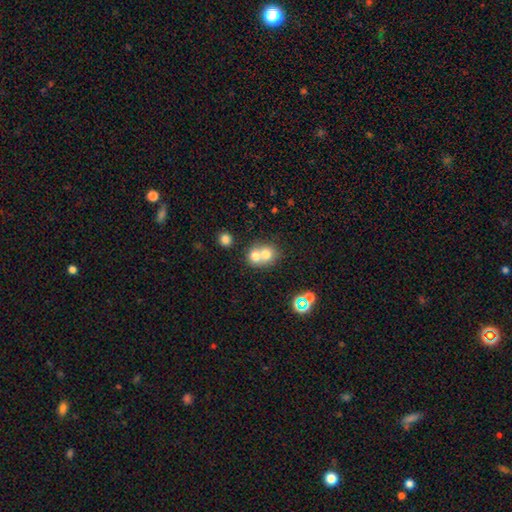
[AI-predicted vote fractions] This is likely a smooth galaxy (70%). How rounded: likely round (74%). Merging: likely merger (65%).